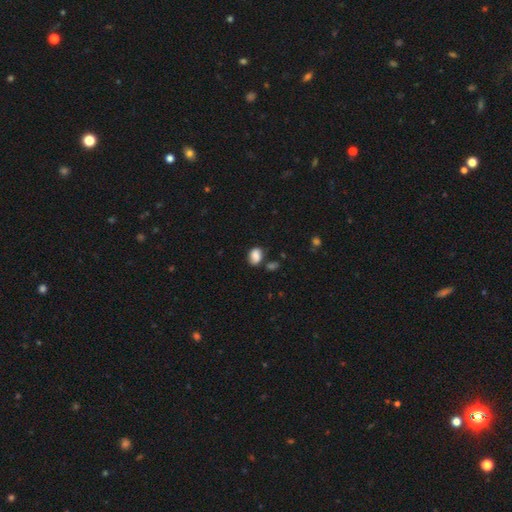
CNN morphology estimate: smooth_or_featured: smooth (p=0.86) [alt: star or artifact p=0.09]
how_rounded: in between (p=0.75) [alt: round p=0.24]
merging: none (p=0.62) [alt: minor disturbance p=0.21]